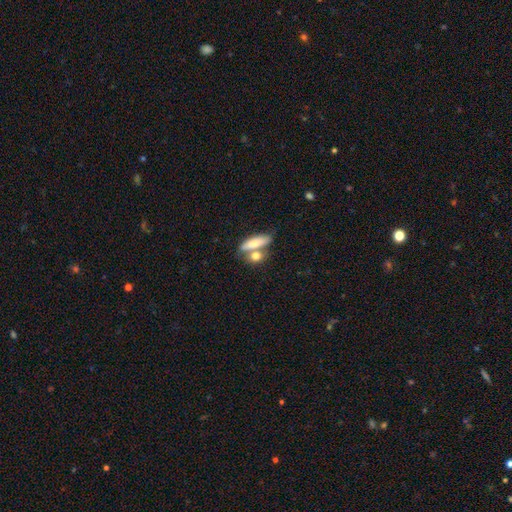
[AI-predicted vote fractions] Smooth or featured?
  - smooth: 76% *
  - featured or disk: 17%
  - star or artifact: 7%
How rounded?
  - in between: 58% *
  - cigar-shaped: 23%
  - round: 18%
Merging?
  - merger: 45% *
  - none: 40%
  - minor disturbance: 10%
  - major disturbance: 5%